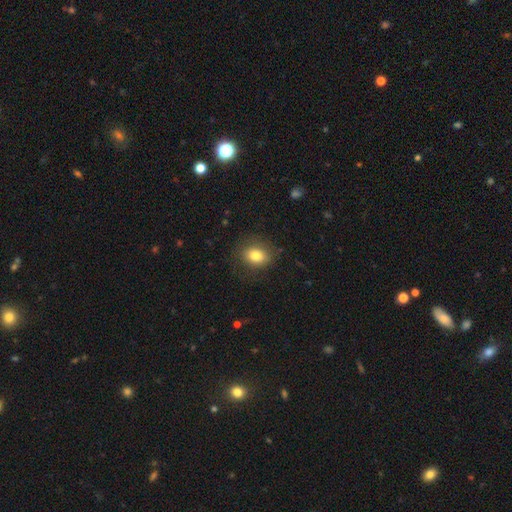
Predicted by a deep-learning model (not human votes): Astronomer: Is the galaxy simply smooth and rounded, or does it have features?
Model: smooth — 79%.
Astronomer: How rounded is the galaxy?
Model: in between — 51% (runner-up: round, 48%).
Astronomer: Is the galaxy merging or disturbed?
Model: none — 82%.